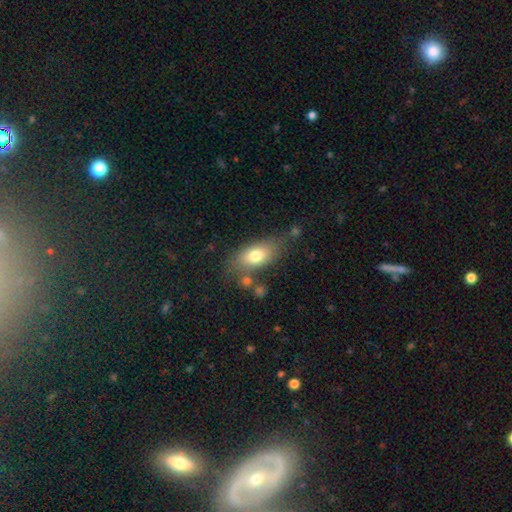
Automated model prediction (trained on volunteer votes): Smooth or featured: smooth — 74% (featured or disk — 18%)
How rounded: in between — 83% (round — 9%)
Merging: none — 64% (minor disturbance — 19%)